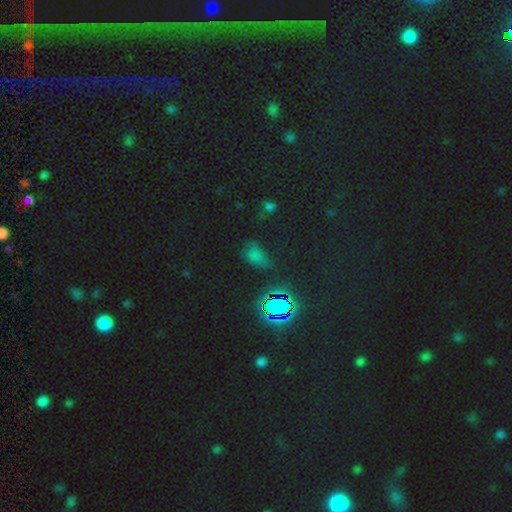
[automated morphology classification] smooth-or-featured: star or artifact: 47% | smooth: 45% | featured or disk: 8%